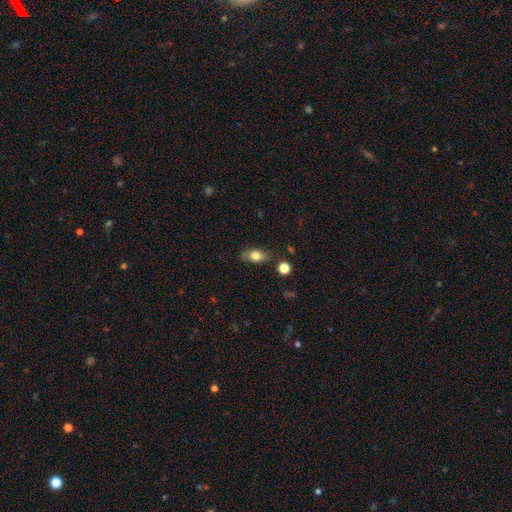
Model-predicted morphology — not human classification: The model was most divided on "merging": none: 76%, minor disturbance: 17%, major disturbance: 4%, merger: 3%. More confident: how rounded — in between (82%); smooth or featured — smooth (76%).